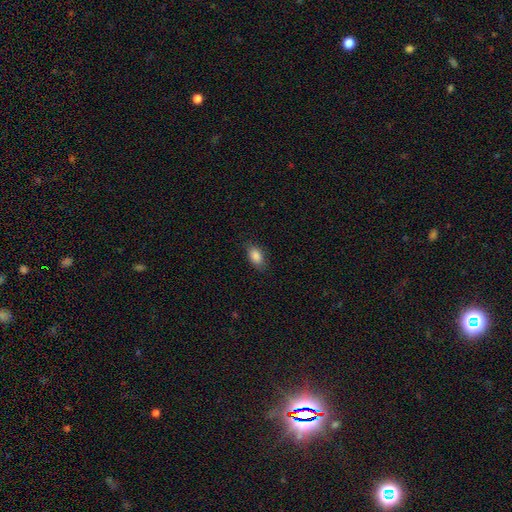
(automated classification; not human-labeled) Overall: smooth (87%). How rounded: in between (89%). Merging: none (82%).